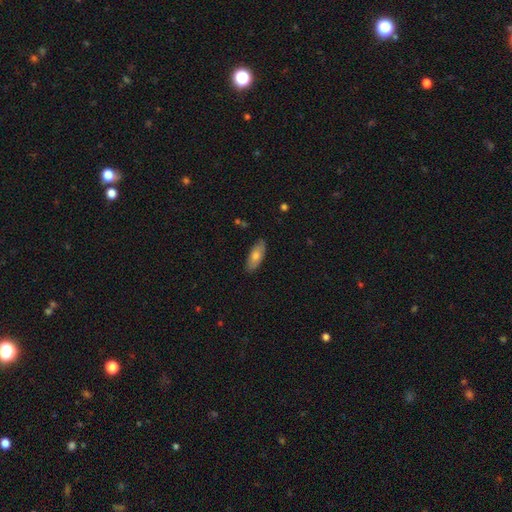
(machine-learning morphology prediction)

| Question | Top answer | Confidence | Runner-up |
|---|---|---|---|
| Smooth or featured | smooth | 71% | featured or disk (22%) |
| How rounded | in between | 76% | cigar-shaped (22%) |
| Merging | none | 86% | minor disturbance (11%) |